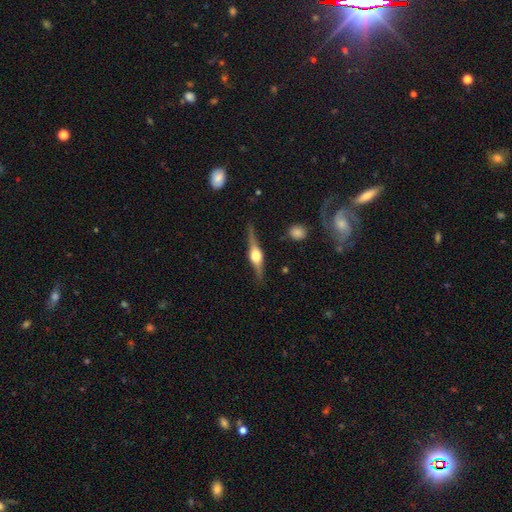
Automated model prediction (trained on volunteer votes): This is clearly a featured or disk galaxy (81%). It is clearly viewed edge-on (97%). Edge-on bulge: clearly rounded (93%). Merging: clearly none (86%).